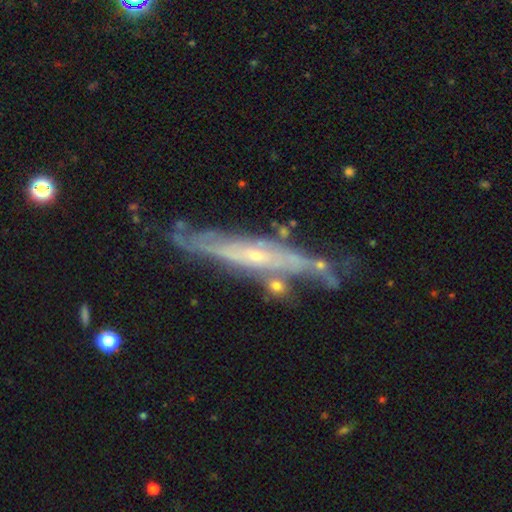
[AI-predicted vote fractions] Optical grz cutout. It shows a featured or disk galaxy (80%) viewed edge-on (61%). Merging: none (67%).